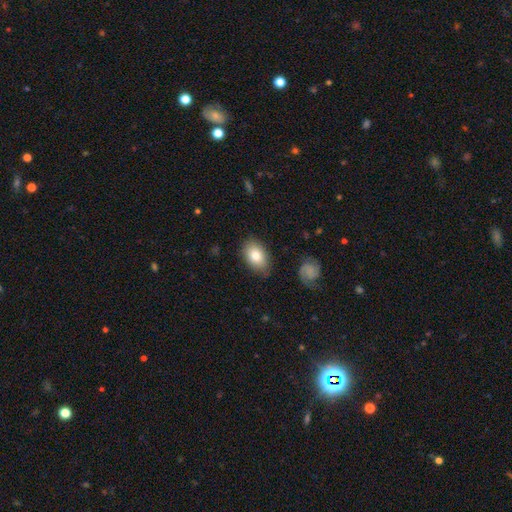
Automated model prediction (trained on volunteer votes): This is likely a smooth galaxy (78%). How rounded: clearly in between (85%). Merging: clearly none (81%).